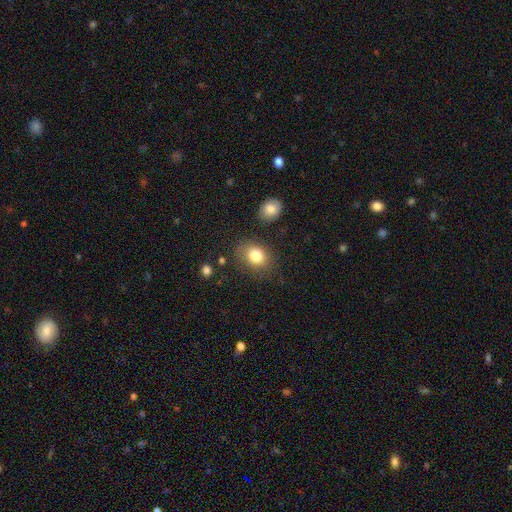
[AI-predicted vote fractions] Smooth or featured?
  - smooth: 82% *
  - star or artifact: 9%
  - featured or disk: 8%
How rounded?
  - in between: 54% *
  - round: 45%
  - cigar-shaped: 1%
Merging?
  - none: 75% *
  - minor disturbance: 16%
  - major disturbance: 6%
  - merger: 4%